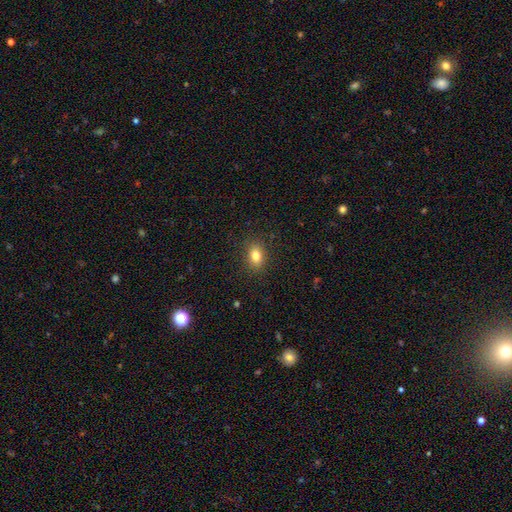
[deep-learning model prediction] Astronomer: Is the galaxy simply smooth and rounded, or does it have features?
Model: smooth — 81%.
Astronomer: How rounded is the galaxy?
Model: in between — 73%.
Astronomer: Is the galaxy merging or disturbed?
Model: none — 87%.